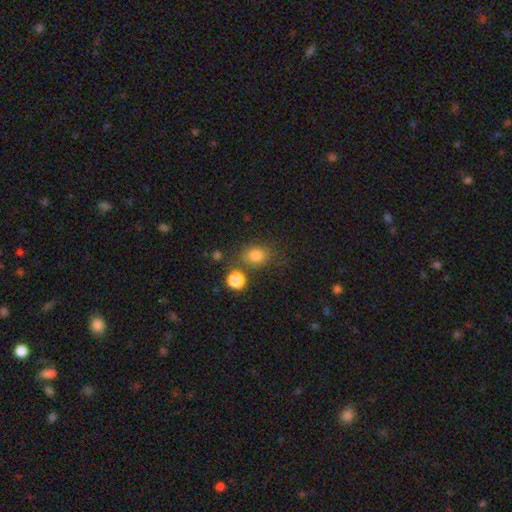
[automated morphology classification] Smooth or featured? smooth (80%)
How rounded? round (58%)
Merging? none (72%)